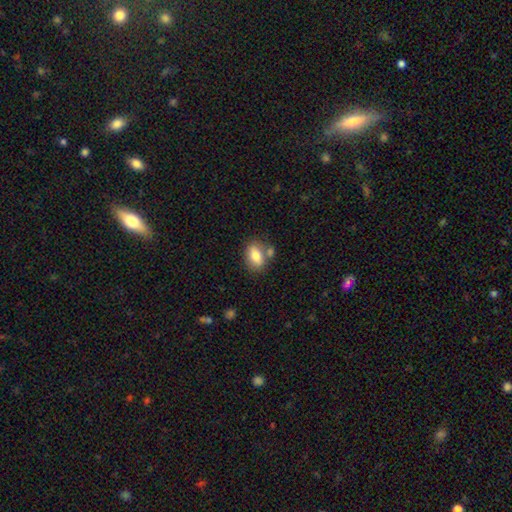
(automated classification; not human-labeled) Overall: smooth (77%). How rounded: in between (82%). Merging: none (65%).